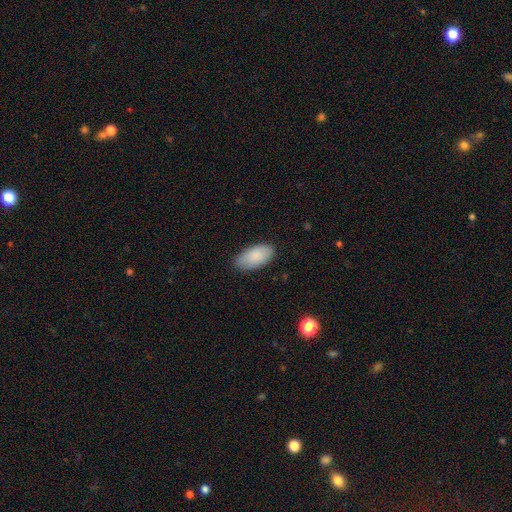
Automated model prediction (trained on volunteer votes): Smooth or featured: smooth — 89% (star or artifact — 6%)
How rounded: in between — 95% (cigar-shaped — 3%)
Merging: none — 85% (minor disturbance — 12%)